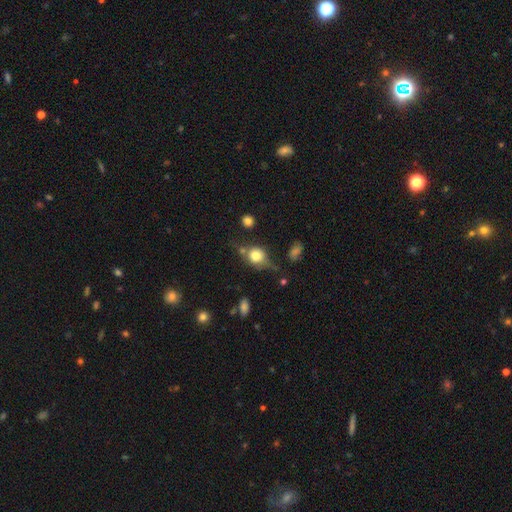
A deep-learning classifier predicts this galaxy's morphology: Overall: smooth (70%). How rounded: round (64%; in between 34%). Merging: none (49%; minor disturbance 26%).